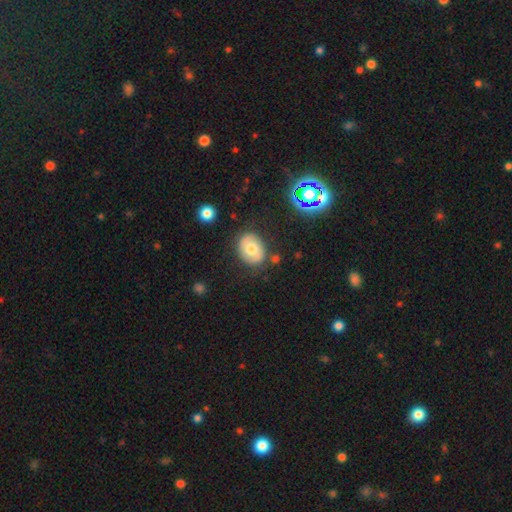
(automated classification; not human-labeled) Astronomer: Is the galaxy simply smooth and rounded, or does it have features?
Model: smooth — 58%.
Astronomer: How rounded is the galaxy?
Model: in between — 56% (runner-up: round, 43%).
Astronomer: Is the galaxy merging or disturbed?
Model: none — 81%.